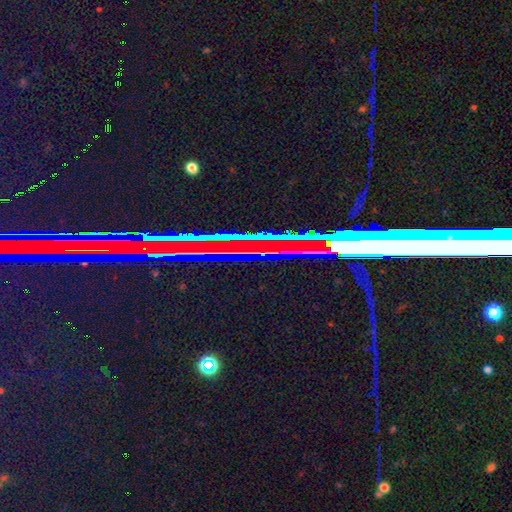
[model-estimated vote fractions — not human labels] smooth-or-featured: star or artifact: 79% | featured or disk: 11% | smooth: 10%